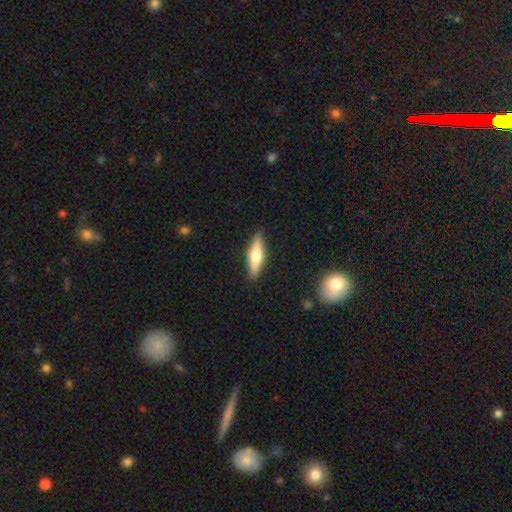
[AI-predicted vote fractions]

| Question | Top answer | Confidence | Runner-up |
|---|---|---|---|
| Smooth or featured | featured or disk | 48% | smooth (46%) |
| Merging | none | 90% | minor disturbance (7%) |